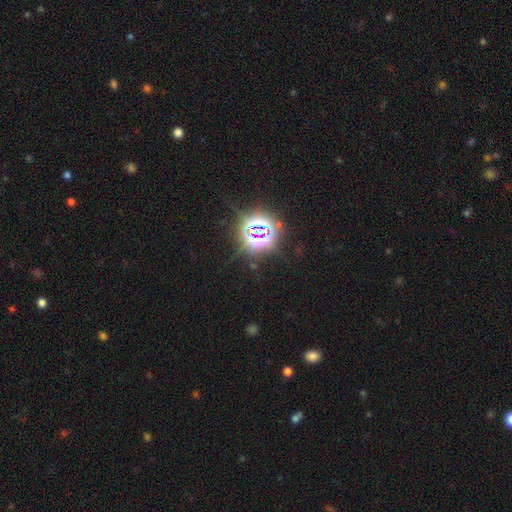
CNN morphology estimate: star or artifact 79%, smooth 13%, featured or disk 8%.